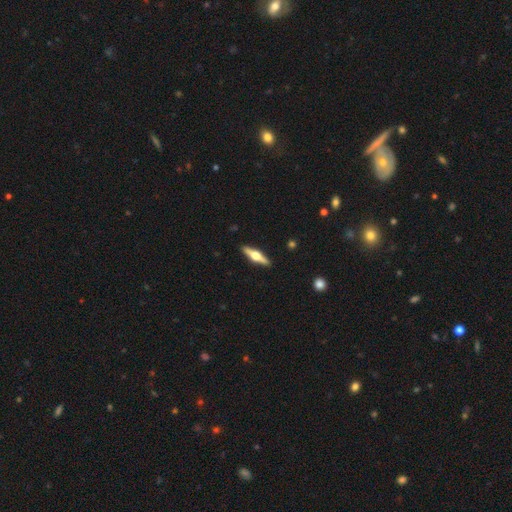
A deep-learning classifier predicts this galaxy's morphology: Smooth or featured? Predicted: featured or disk (p=0.71). Edge-on disk? Predicted: yes (p=0.97). Edge-on bulge? Predicted: rounded (p=0.96). Merging? Predicted: none (p=0.91).